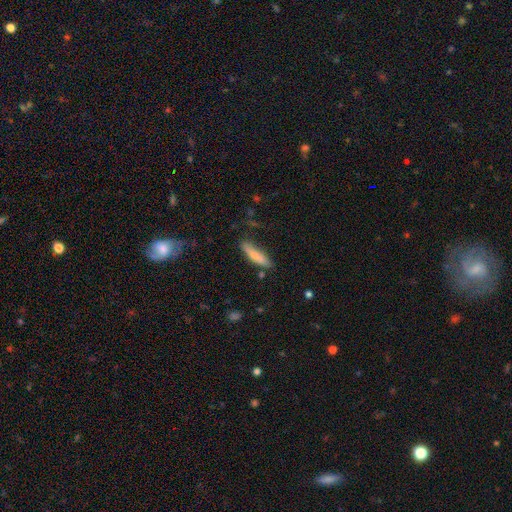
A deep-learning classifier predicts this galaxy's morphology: Q: Smooth or featured?
A: smooth (77%); runner-up: featured or disk (17%)
Q: How rounded?
A: cigar-shaped (80%); runner-up: in between (19%)
Q: Merging?
A: none (75%); runner-up: minor disturbance (18%)